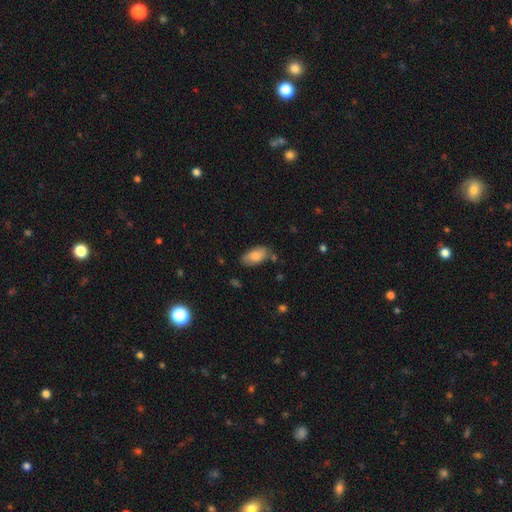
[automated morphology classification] Smooth or featured? Predicted: smooth (p=0.81). How rounded? Predicted: in between (p=0.92). Merging? Predicted: none (p=0.69).